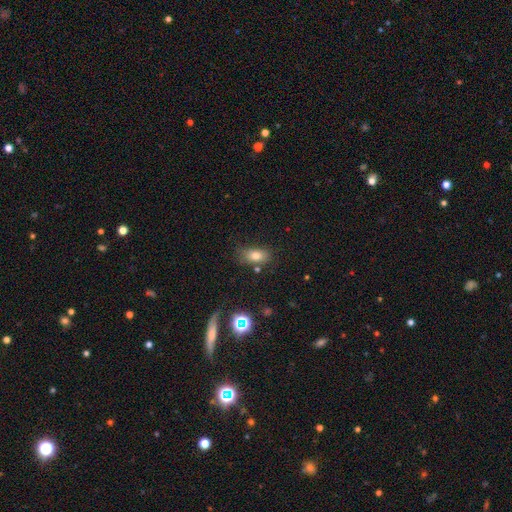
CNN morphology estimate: smooth 76%, star or artifact 13%, featured or disk 12%. Down the decision tree: how rounded — in between (84%); merging — none (69%).